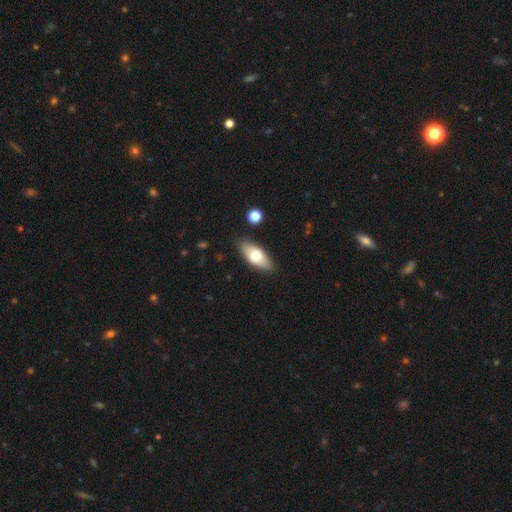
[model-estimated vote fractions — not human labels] A smooth galaxy with no disk features (68%) that is in between round and cigar-shaped (83%). Merging: none (85%).